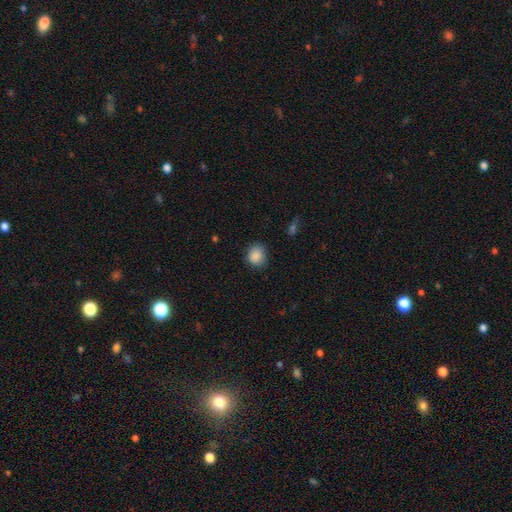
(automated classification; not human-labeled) Q: Smooth or featured?
A: smooth (88%); runner-up: star or artifact (9%)
Q: How rounded?
A: round (73%); runner-up: in between (26%)
Q: Merging?
A: none (77%); runner-up: minor disturbance (18%)